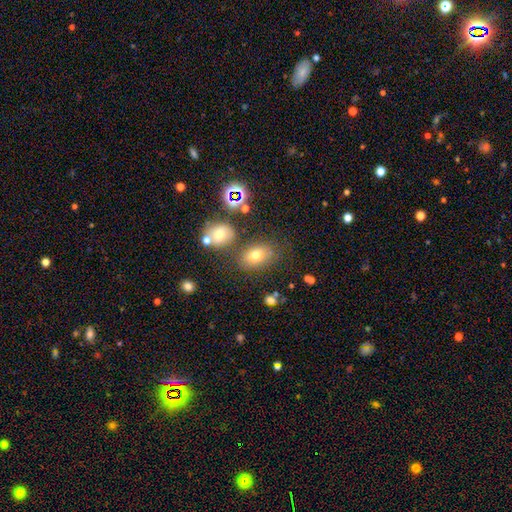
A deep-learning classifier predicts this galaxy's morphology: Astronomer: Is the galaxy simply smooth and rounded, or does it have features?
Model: smooth — 69%.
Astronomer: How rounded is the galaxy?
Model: in between — 76%.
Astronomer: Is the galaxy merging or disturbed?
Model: none — 69%.